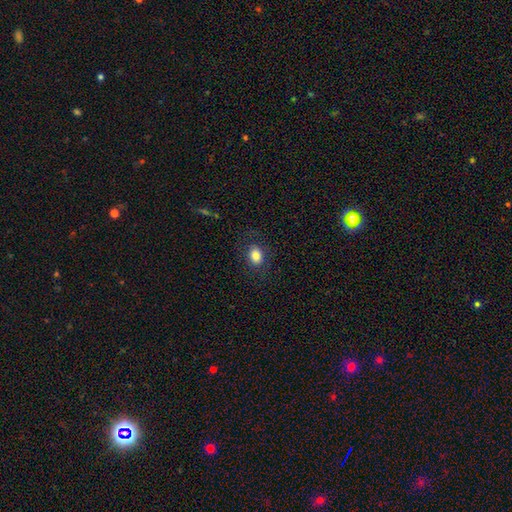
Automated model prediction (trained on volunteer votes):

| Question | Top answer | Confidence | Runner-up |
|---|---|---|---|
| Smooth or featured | smooth | 82% | star or artifact (9%) |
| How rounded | in between | 60% | round (39%) |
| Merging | none | 83% | minor disturbance (11%) |